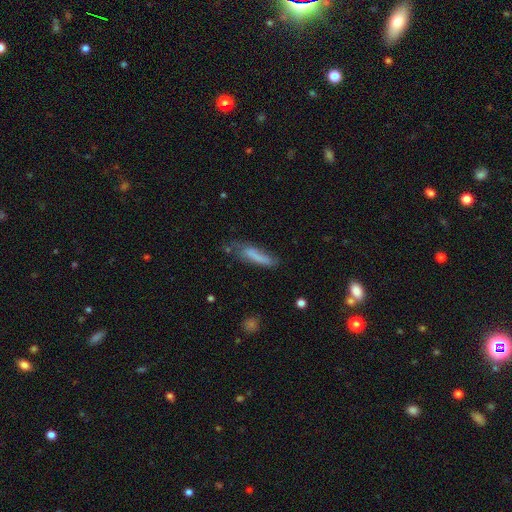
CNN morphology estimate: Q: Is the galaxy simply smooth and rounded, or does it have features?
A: smooth — 69%.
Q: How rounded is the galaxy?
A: cigar-shaped — 76%.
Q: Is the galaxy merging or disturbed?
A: none — 48%.